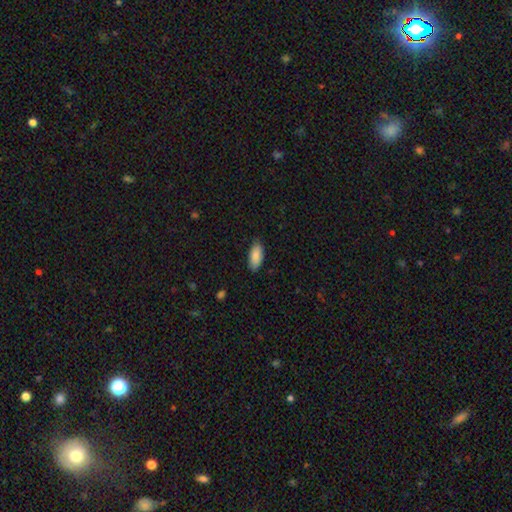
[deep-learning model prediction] A smooth galaxy with no disk features (89%) that is in between round and cigar-shaped (88%). Merging: none (84%).